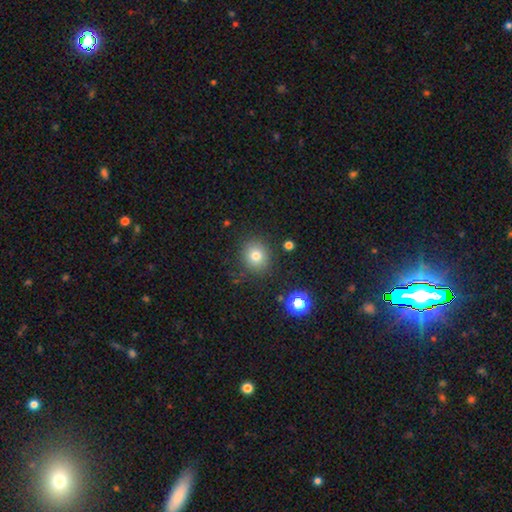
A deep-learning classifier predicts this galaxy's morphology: The model was most divided on "smooth or featured": smooth: 77%, star or artifact: 14%, featured or disk: 9%. More confident: merging — none (86%); how rounded — round (82%).